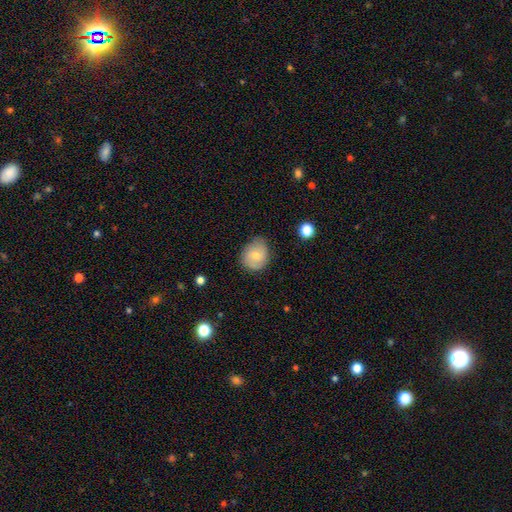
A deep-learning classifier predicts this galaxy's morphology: Overall: smooth (67%). How rounded: round (62%; in between 37%). Merging: none (72%).